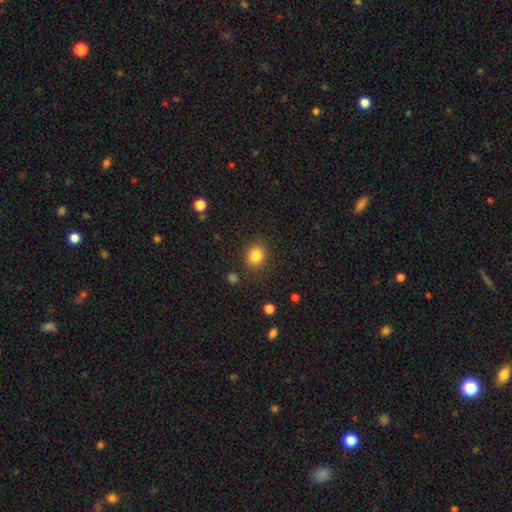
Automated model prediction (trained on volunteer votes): A smooth galaxy with no disk features (84%) that is round (68%).

Vote fractions:
- Smooth or featured? smooth: 84% / star or artifact: 11% / featured or disk: 6%
- How rounded? round: 68% / in between: 31% / cigar-shaped: 1%
- Merging? none: 85% / minor disturbance: 10% / major disturbance: 3% / merger: 2%